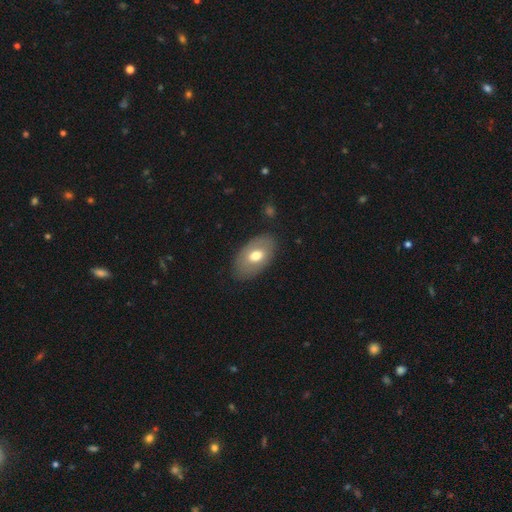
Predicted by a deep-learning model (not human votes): A smooth galaxy with no disk features (63%) that is in between round and cigar-shaped (92%).

Vote fractions:
- Smooth or featured? smooth: 63% / featured or disk: 30% / star or artifact: 6%
- How rounded? in between: 92% / round: 7% / cigar-shaped: 1%
- Merging? none: 81% / minor disturbance: 14% / major disturbance: 4% / merger: 1%